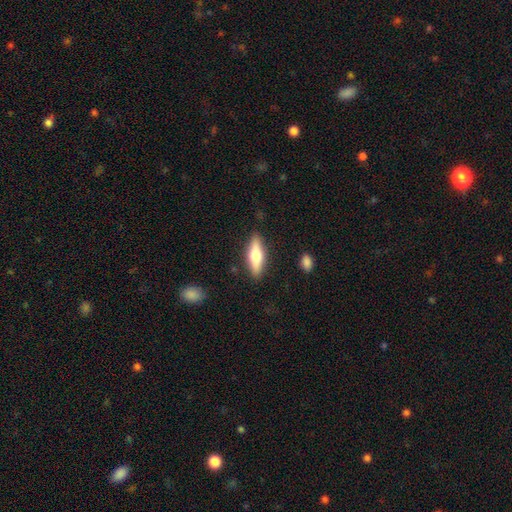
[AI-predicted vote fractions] smooth-or-featured: smooth: 52% | featured or disk: 42% | star or artifact: 6%
  how-rounded: cigar-shaped: 57% | in between: 41% | round: 2%
  merging: none: 87% | minor disturbance: 9% | major disturbance: 2% | merger: 2%